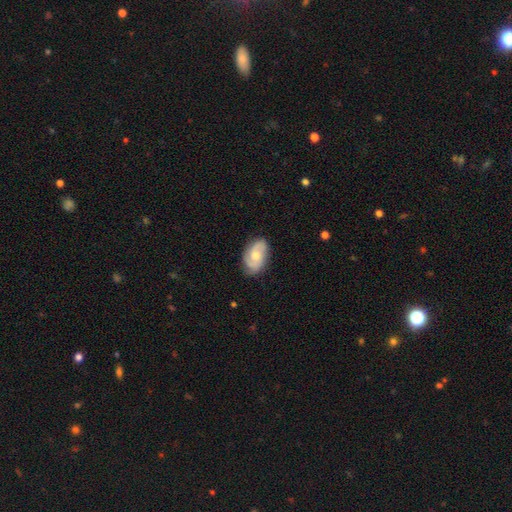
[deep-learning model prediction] This appears to be a featured or disk galaxy (66%) with no bar (67%), 2 (57%) medium (43%) spiral arms (91%) and a moderate central bulge (60%). Merging: none (76%).